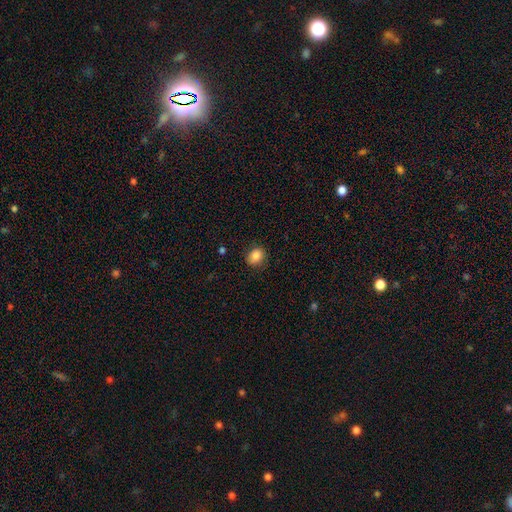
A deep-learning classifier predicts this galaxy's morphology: A smooth galaxy with no disk features (86%) that is round (53%). Merging: none (84%).